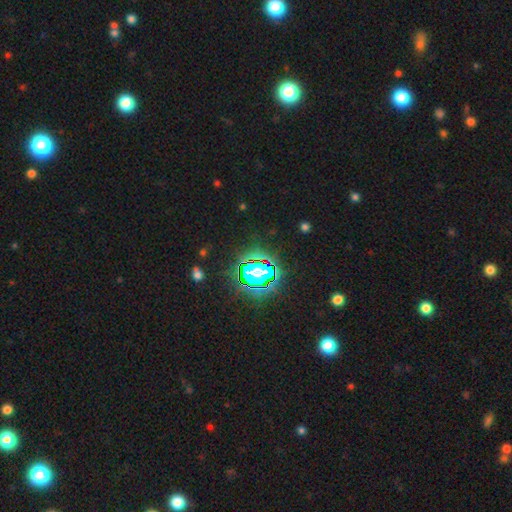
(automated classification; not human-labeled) The model was most divided on "smooth or featured": star or artifact: 82%, smooth: 11%, featured or disk: 7%.